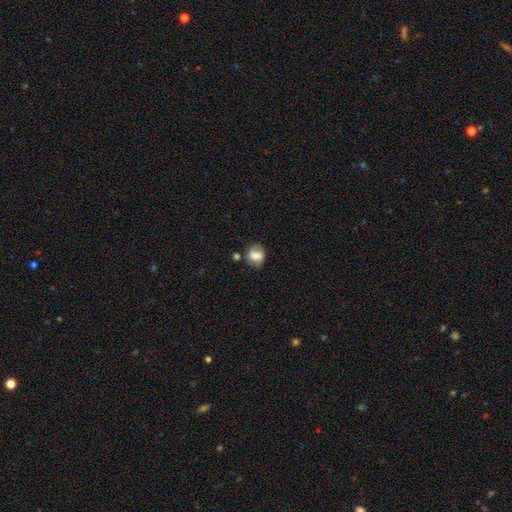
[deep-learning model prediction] This appears to be a smooth galaxy with no disk features (67%) that is round (52%). Merging: none (61%).